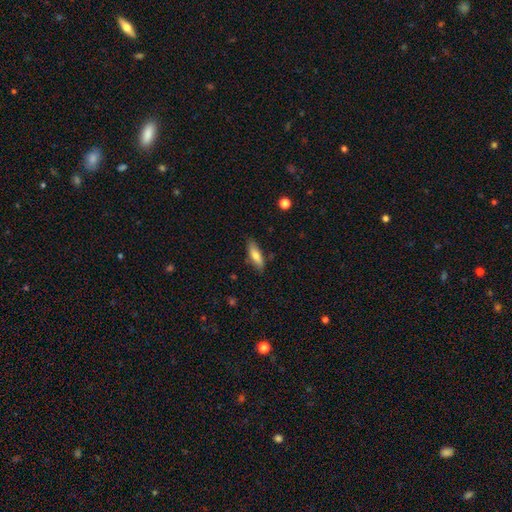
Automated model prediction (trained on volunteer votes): smooth 73%, featured or disk 20%, star or artifact 6%. Down the decision tree: how rounded — in between (51%); merging — none (82%).